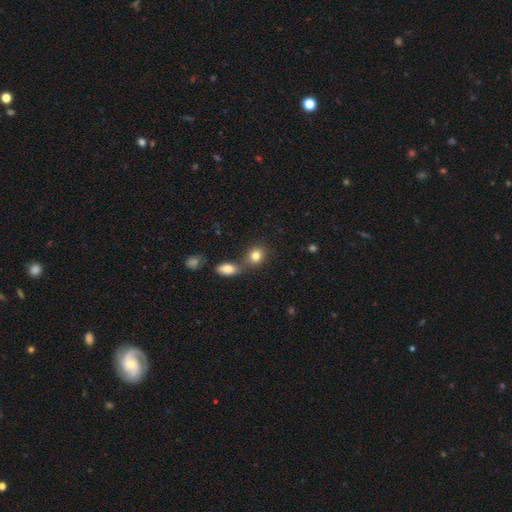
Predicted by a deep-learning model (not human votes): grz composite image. It shows a smooth galaxy with no disk features (83%) that is round (62%). Merging: none (51%).